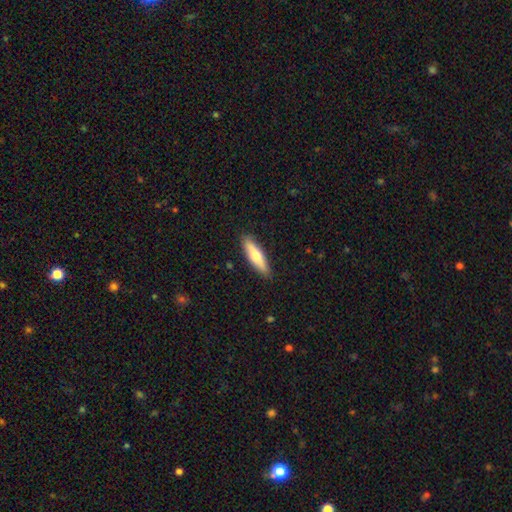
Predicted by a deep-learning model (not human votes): A smooth galaxy with no disk features (58%) that is cigar-shaped (71%). Merging: none (89%).